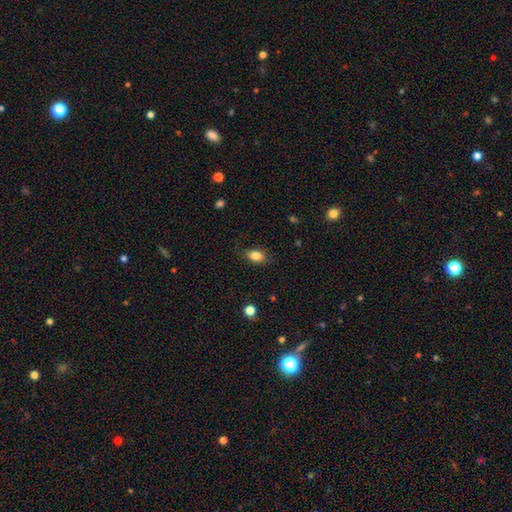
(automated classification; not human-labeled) Smooth or featured: smooth — 85% (star or artifact — 9%)
How rounded: in between — 81% (round — 17%)
Merging: none — 80% (minor disturbance — 15%)